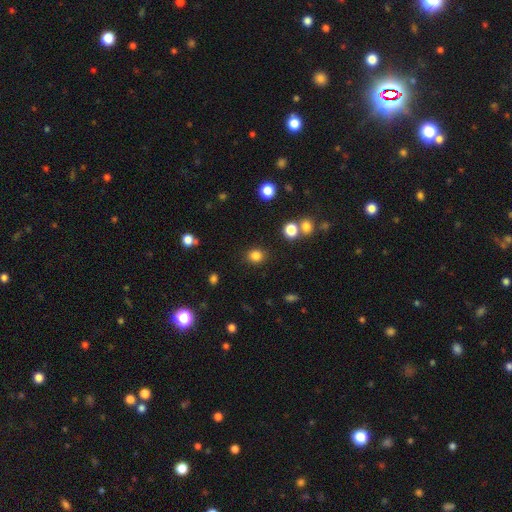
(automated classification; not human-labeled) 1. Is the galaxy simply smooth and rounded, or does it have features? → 83% smooth, 13% star or artifact, 4% featured or disk.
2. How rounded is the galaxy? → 77% round, 22% in between, 1% cigar-shaped.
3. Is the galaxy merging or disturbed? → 87% none, 7% minor disturbance, 3% merger, 3% major disturbance.